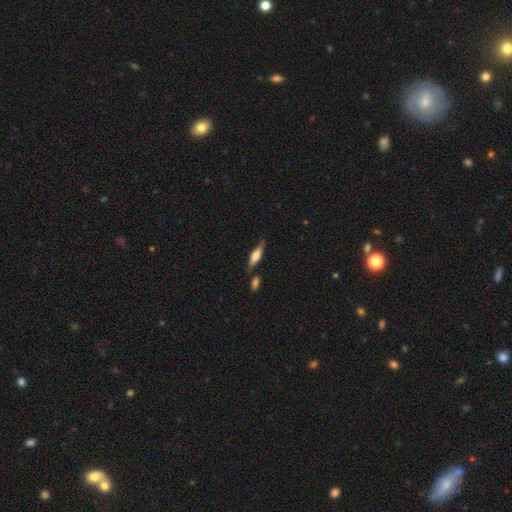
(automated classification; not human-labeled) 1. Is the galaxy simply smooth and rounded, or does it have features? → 51% smooth, 42% featured or disk, 7% star or artifact.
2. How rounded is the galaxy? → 53% cigar-shaped, 45% in between, 3% round.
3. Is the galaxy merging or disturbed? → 69% none, 17% minor disturbance, 10% merger, 4% major disturbance.